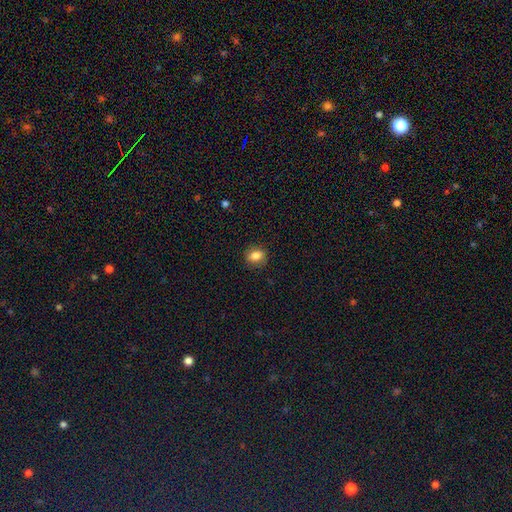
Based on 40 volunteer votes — smooth_or_featured: smooth (p=0.93) [alt: star or artifact p=0.05]
how_rounded: in between (p=0.65) [alt: round p=0.35]
merging: none (p=0.84) [alt: minor disturbance p=0.13]